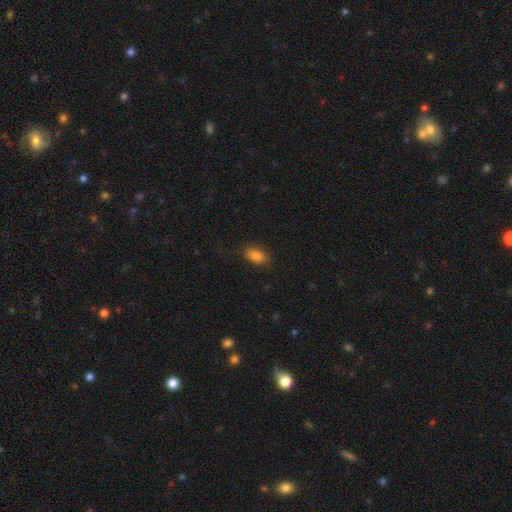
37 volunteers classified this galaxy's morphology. Smooth or featured?
  - smooth: 95% *
  - featured or disk: 3%
  - star or artifact: 3%
How rounded?
  - in between: 94% *
  - round: 3%
  - cigar-shaped: 3%
Merging?
  - none: 83% *
  - minor disturbance: 11%
  - major disturbance: 3%
  - merger: 3%